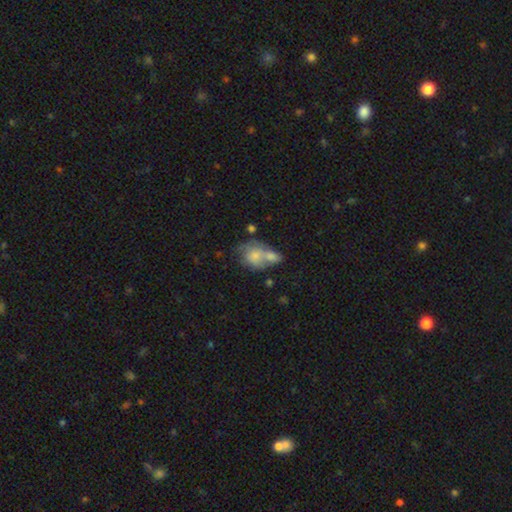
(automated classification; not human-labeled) smooth 64%, featured or disk 28%, star or artifact 8%. Down the decision tree: how rounded — in between (63%); merging — merger (58%).